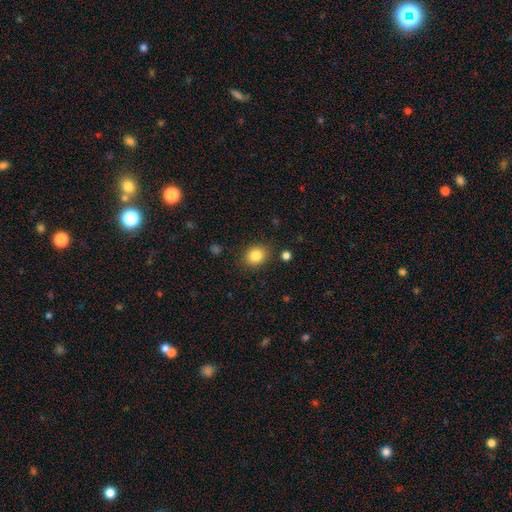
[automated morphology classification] Overall: smooth (84%). How rounded: round (56%; in between 44%). Merging: none (85%).